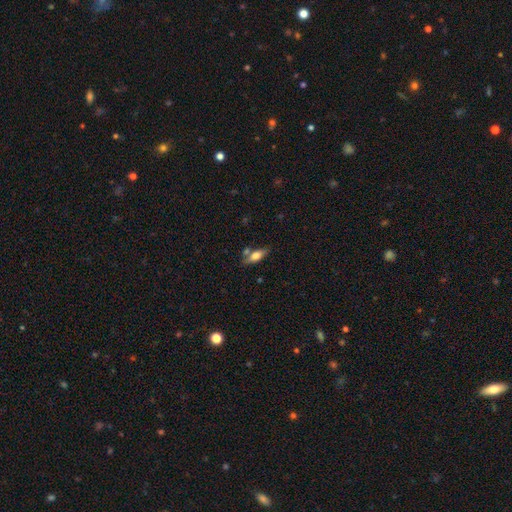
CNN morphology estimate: The model was most divided on "how rounded": in between: 61%, cigar-shaped: 36%, round: 3%. More confident: merging — none (67%); smooth or featured — smooth (61%).